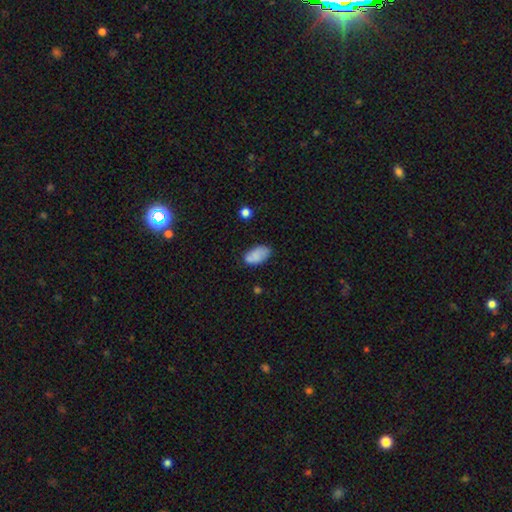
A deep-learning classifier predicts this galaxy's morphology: Smooth or featured? smooth (83%)
How rounded? in between (94%)
Merging? none (67%)